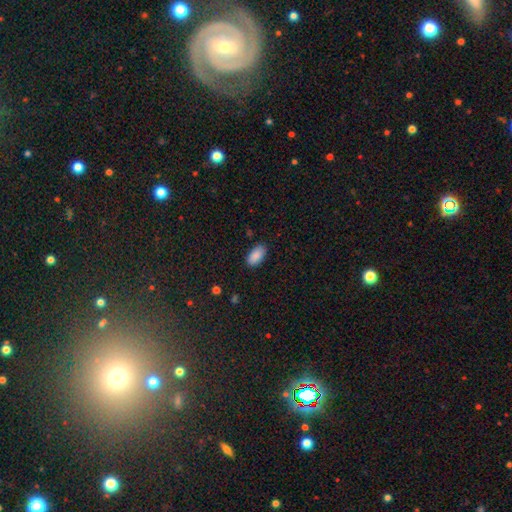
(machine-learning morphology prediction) smooth 89%, star or artifact 7%, featured or disk 4%. Down the decision tree: how rounded — in between (94%); merging — none (87%).